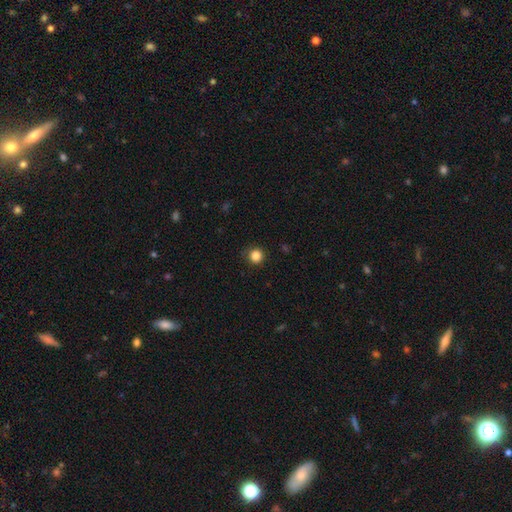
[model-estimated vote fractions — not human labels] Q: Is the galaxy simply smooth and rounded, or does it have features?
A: smooth — 85%.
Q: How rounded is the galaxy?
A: round — 94%.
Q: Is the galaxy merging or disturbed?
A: none — 88%.